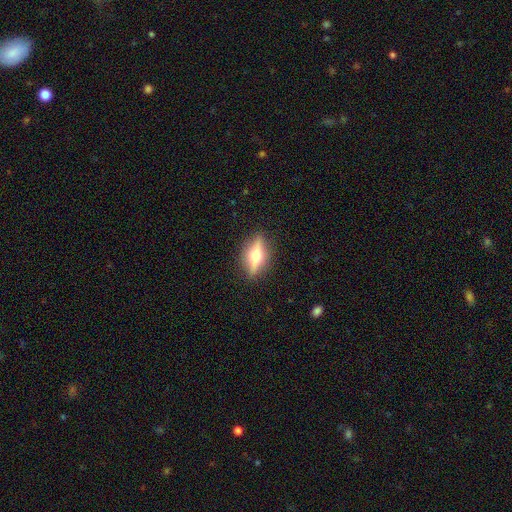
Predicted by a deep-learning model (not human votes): This appears to be a featured or disk galaxy (63%) viewed edge-on (92%) with a rounded central bulge (94%). Merging: none (87%).